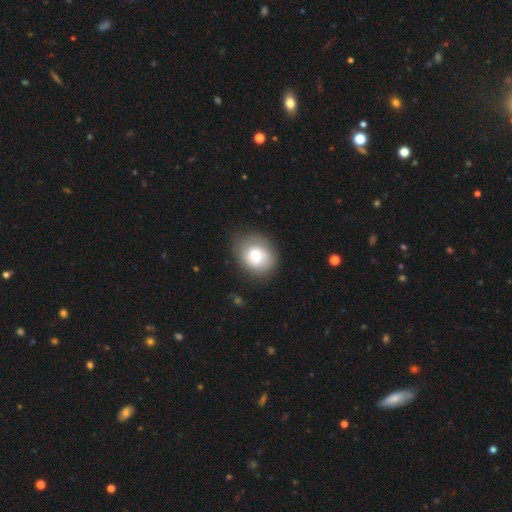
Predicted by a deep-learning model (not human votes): The model was most divided on "how rounded": round: 62%, in between: 37%, cigar-shaped: 1%. More confident: merging — none (72%); smooth or featured — smooth (60%).